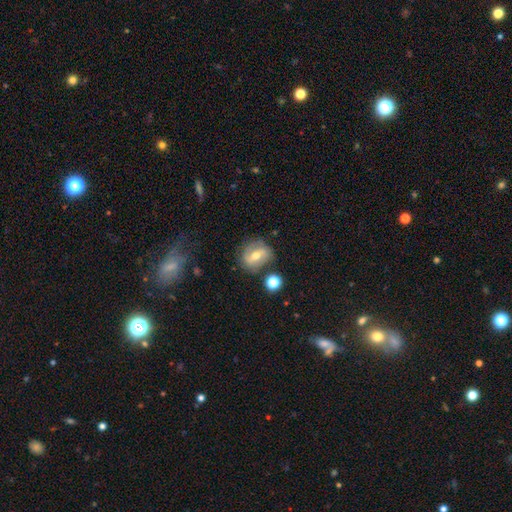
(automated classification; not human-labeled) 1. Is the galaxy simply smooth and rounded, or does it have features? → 54% featured or disk, 36% smooth, 9% star or artifact.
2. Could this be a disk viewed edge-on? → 93% no, 7% yes.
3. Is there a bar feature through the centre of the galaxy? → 43% strong, 37% weak, 20% no.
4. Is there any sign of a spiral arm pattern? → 65% yes, 35% no.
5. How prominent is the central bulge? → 68% moderate, 25% small, 4% large, 1% none, 1% dominant.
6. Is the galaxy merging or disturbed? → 72% none, 17% minor disturbance, 6% major disturbance, 5% merger.